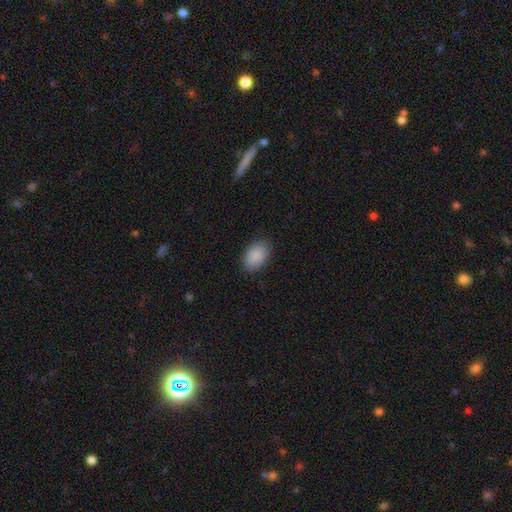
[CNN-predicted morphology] smooth-or-featured: smooth: 89% | star or artifact: 6% | featured or disk: 4%
  how-rounded: in between: 91% | round: 8% | cigar-shaped: 1%
  merging: none: 86% | minor disturbance: 11% | major disturbance: 2% | merger: 1%